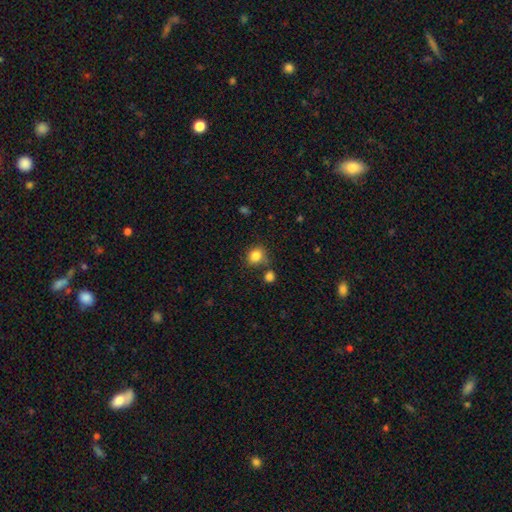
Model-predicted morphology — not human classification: Smooth or featured?
  - smooth: 84% *
  - star or artifact: 11%
  - featured or disk: 5%
How rounded?
  - round: 69% *
  - in between: 30%
  - cigar-shaped: 1%
Merging?
  - none: 73% *
  - minor disturbance: 13%
  - merger: 10%
  - major disturbance: 4%